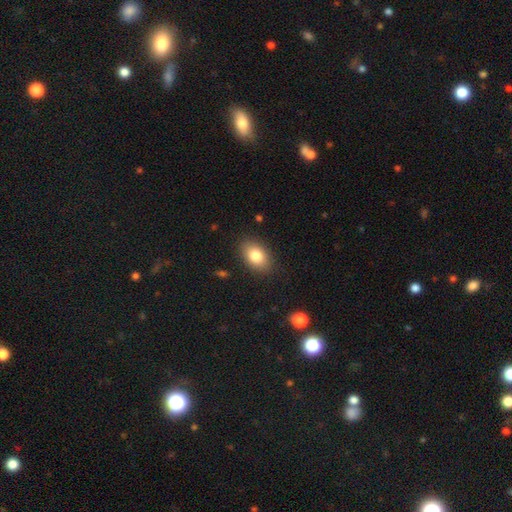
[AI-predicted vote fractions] Q: Smooth or featured?
A: smooth (82%); runner-up: featured or disk (10%)
Q: How rounded?
A: in between (87%); runner-up: round (12%)
Q: Merging?
A: none (86%); runner-up: minor disturbance (10%)